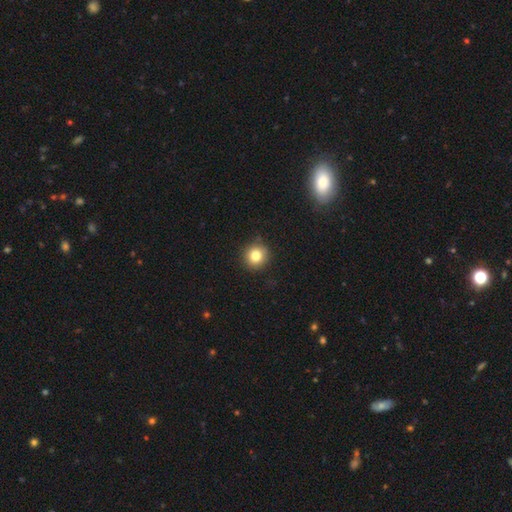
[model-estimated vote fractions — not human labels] Morphology: type=smooth (82%); roundness=round (92%); merging=none (90%).